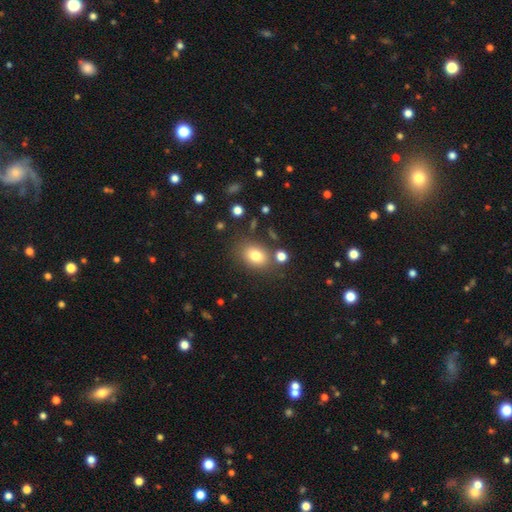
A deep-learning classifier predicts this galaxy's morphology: smooth 79%, star or artifact 11%, featured or disk 10%. Down the decision tree: how rounded — in between (66%); merging — none (75%).